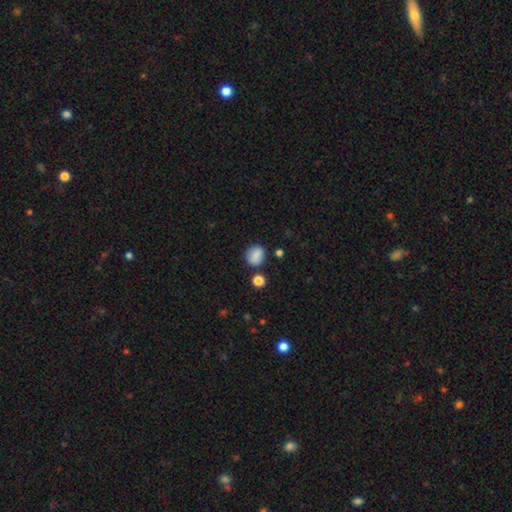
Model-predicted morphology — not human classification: This is clearly a smooth galaxy (81%). How rounded: likely round (71%). Merging: likely none (74%).